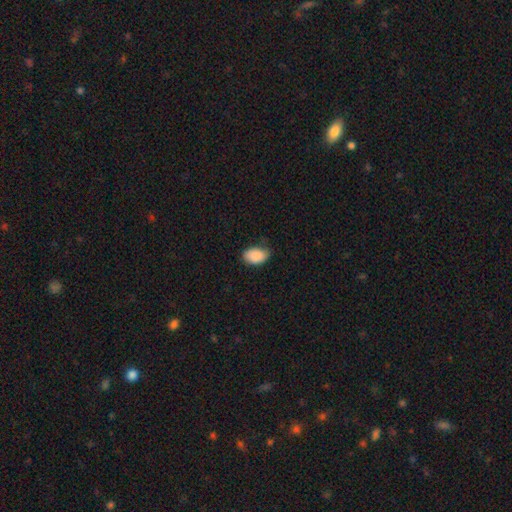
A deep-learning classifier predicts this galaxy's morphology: This appears to be a smooth galaxy with no disk features (89%) that is in between round and cigar-shaped (90%). Merging: none (66%).